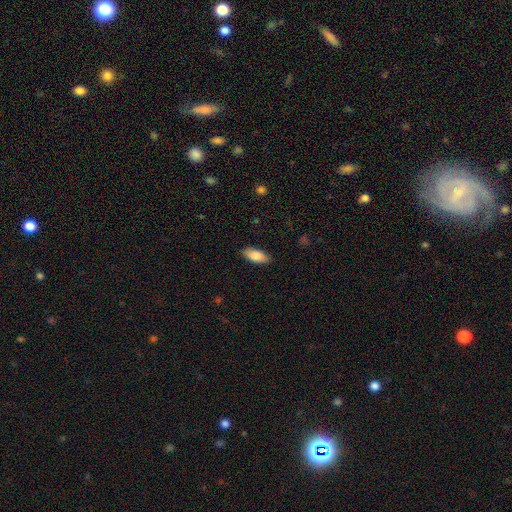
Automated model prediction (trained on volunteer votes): smooth_or_featured: smooth (p=0.85) [alt: featured or disk p=0.09]
how_rounded: in between (p=0.85) [alt: cigar-shaped p=0.13]
merging: none (p=0.87) [alt: minor disturbance p=0.09]